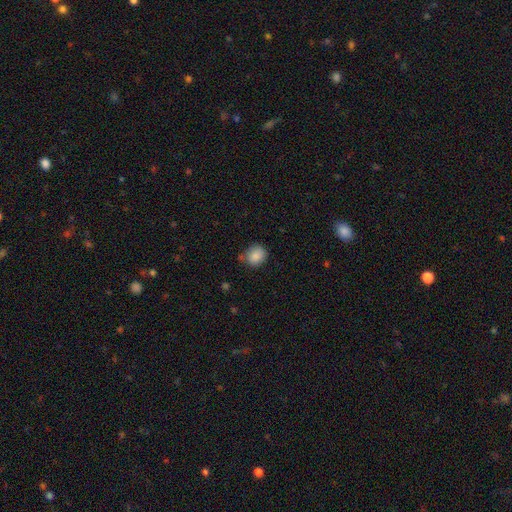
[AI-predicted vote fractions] This appears to be a smooth galaxy with no disk features (87%) that is round (72%). Merging: none (68%).